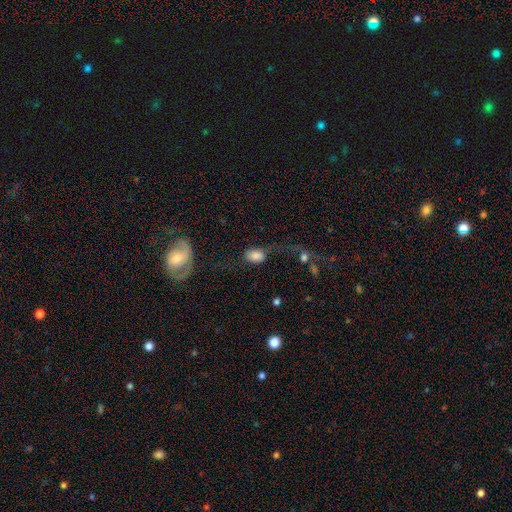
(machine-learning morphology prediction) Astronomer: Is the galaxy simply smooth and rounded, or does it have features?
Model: smooth — 73%.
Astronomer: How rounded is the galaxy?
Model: in between — 83%.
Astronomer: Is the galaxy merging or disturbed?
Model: major disturbance — 35% (runner-up: none, 30%).